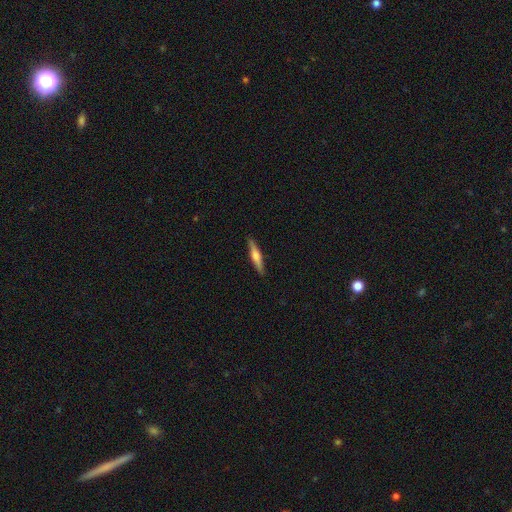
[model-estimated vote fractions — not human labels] smooth_or_featured: smooth (p=0.48) [alt: featured or disk p=0.46]
merging: none (p=0.90) [alt: minor disturbance p=0.08]